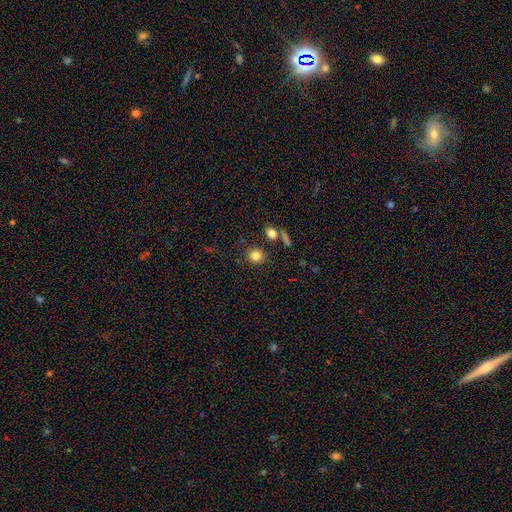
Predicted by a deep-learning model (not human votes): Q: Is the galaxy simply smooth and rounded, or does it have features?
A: smooth — 83%.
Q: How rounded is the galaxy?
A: round — 87%.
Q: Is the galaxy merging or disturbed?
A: none — 82%.